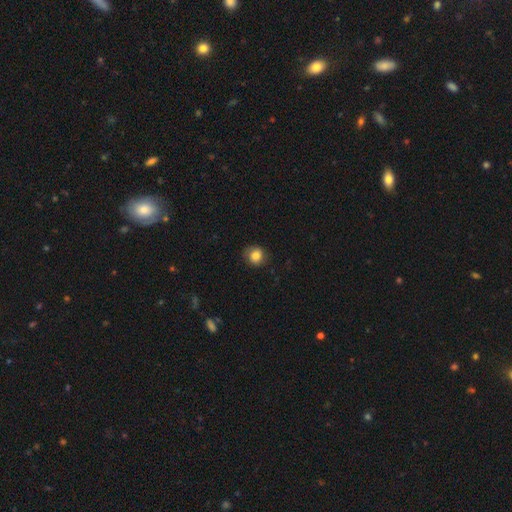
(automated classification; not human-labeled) smooth-or-featured: smooth: 79% | featured or disk: 11% | star or artifact: 9%
  how-rounded: round: 80% | in between: 19% | cigar-shaped: 1%
  merging: none: 75% | minor disturbance: 18% | major disturbance: 6% | merger: 1%